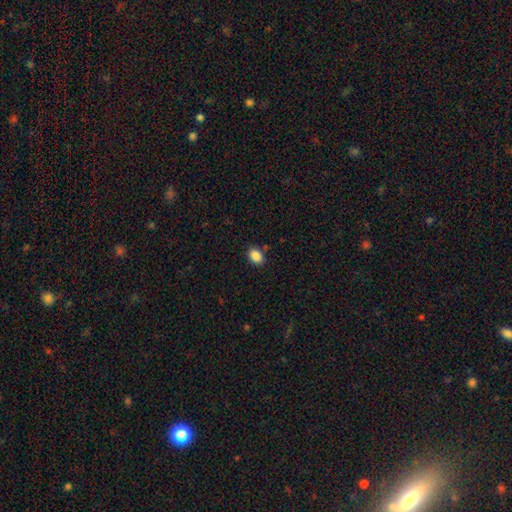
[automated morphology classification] Smooth or featured?
  - smooth: 88% *
  - star or artifact: 9%
  - featured or disk: 3%
How rounded?
  - in between: 72% *
  - round: 27%
  - cigar-shaped: 1%
Merging?
  - none: 84% *
  - minor disturbance: 10%
  - merger: 3%
  - major disturbance: 3%